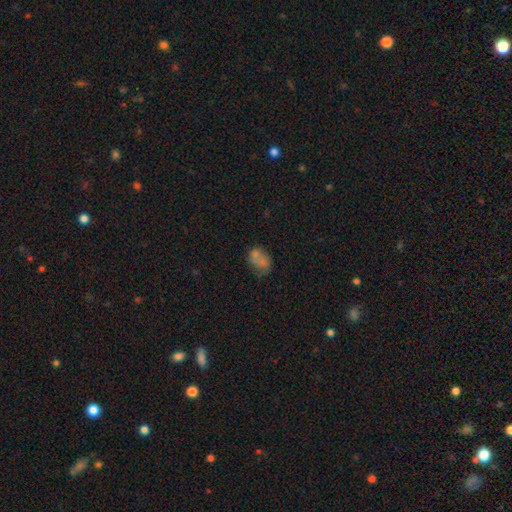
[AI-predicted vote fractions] smooth 61%, featured or disk 22%, star or artifact 17%. Down the decision tree: how rounded — in between (60%); merging — none (40%).